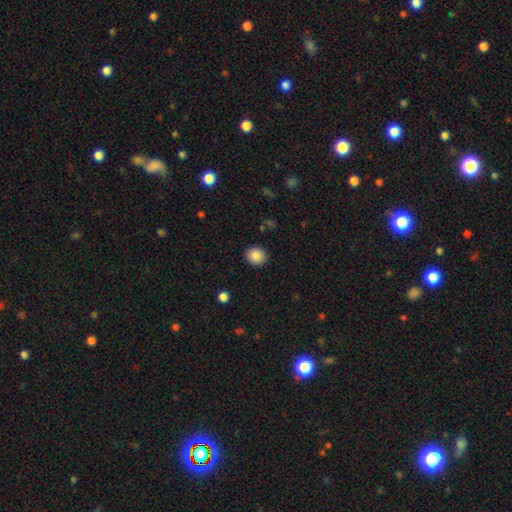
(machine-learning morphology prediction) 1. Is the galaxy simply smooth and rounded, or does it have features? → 87% smooth, 9% star or artifact, 4% featured or disk.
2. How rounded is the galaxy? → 79% round, 21% in between, 1% cigar-shaped.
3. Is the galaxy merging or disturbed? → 90% none, 7% minor disturbance, 2% major disturbance, 1% merger.